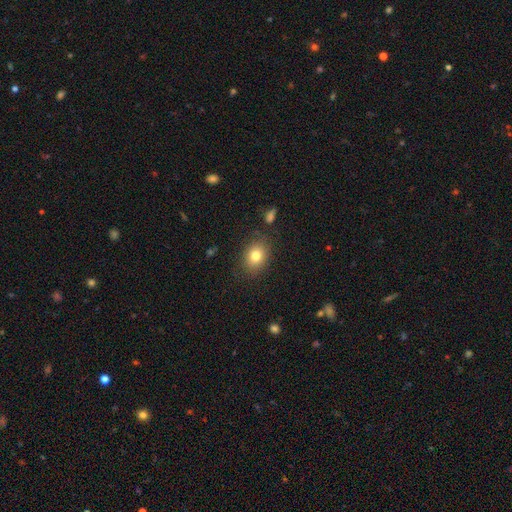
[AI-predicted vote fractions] Smooth or featured? Predicted: smooth (p=0.80). How rounded? Predicted: in between (p=0.57). Merging? Predicted: none (p=0.83).